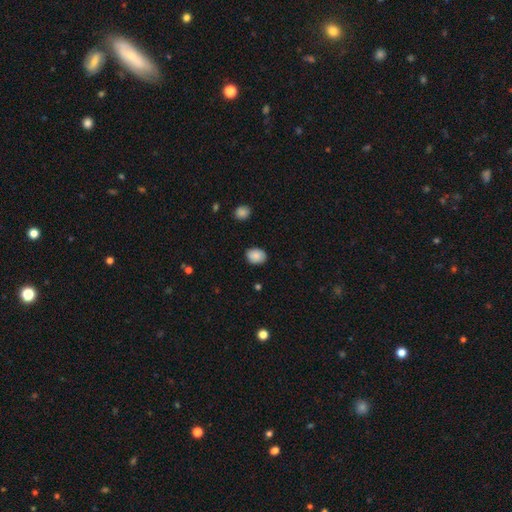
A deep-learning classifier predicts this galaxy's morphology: Overall: smooth (87%). How rounded: in between (58%; round 41%). Merging: none (85%).